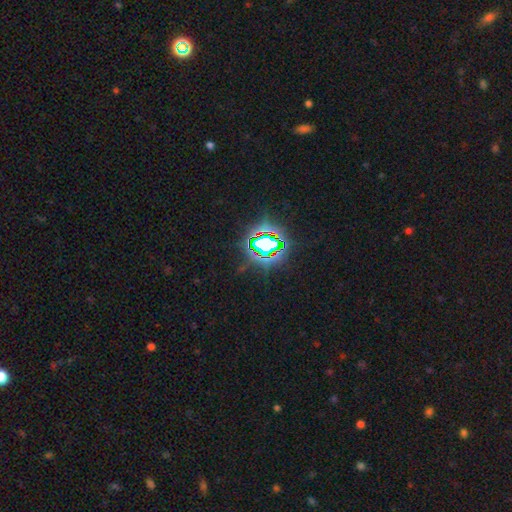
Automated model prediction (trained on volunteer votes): Q: Smooth or featured?
A: star or artifact (80%); runner-up: smooth (12%)